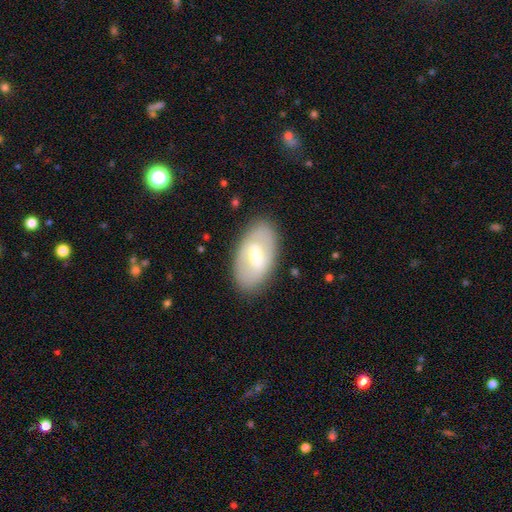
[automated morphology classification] type=featured or disk (51%); edge-on=no (89%); merging=none (83%).